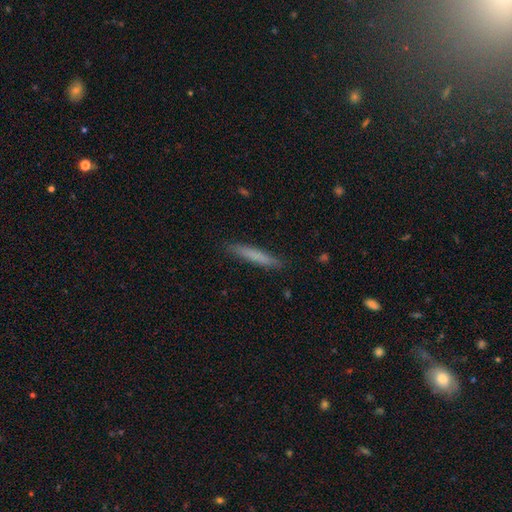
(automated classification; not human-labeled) Q: Smooth or featured?
A: smooth (74%); runner-up: featured or disk (20%)
Q: How rounded?
A: cigar-shaped (95%); runner-up: in between (4%)
Q: Merging?
A: none (89%); runner-up: minor disturbance (8%)